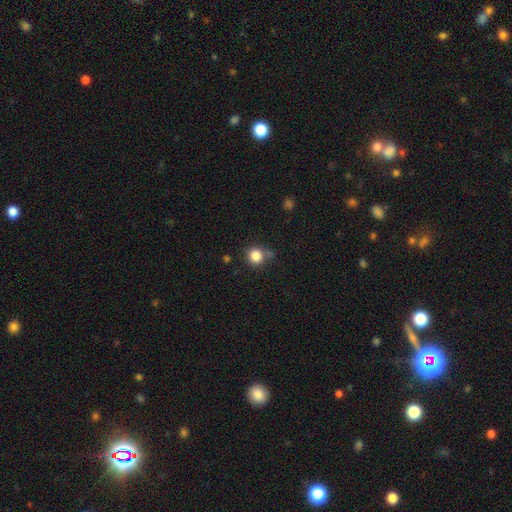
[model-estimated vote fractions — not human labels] The model was most divided on "merging": none: 74%, minor disturbance: 13%, merger: 9%, major disturbance: 4%. More confident: how rounded — round (89%); smooth or featured — smooth (84%).